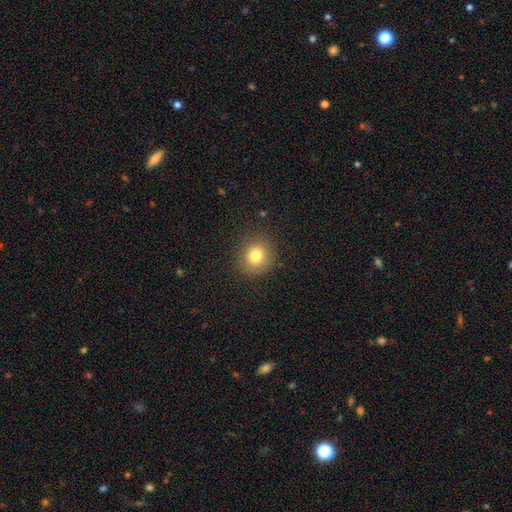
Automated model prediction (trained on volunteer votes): smooth 80%, star or artifact 12%, featured or disk 8%. Down the decision tree: how rounded — round (86%); merging — none (88%).